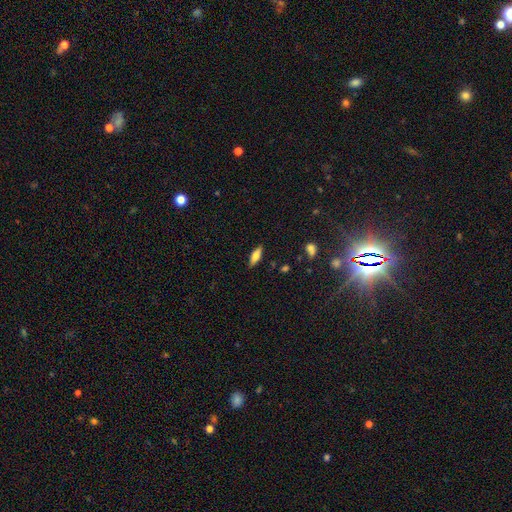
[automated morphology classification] A smooth galaxy with no disk features (67%) that is in between round and cigar-shaped (64%).

Vote fractions:
- Smooth or featured? smooth: 67% / featured or disk: 26% / star or artifact: 7%
- How rounded? in between: 64% / cigar-shaped: 34% / round: 2%
- Merging? none: 87% / minor disturbance: 9% / major disturbance: 2% / merger: 1%